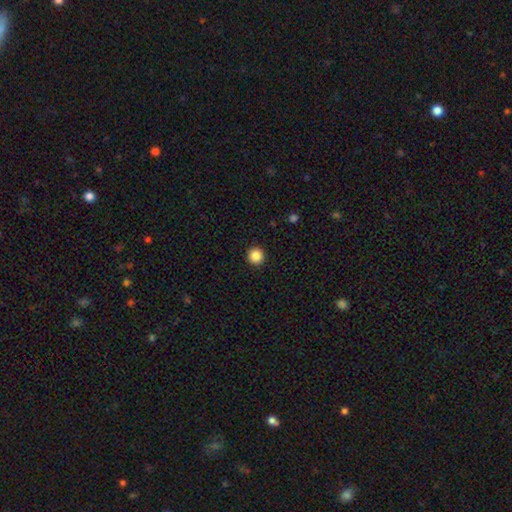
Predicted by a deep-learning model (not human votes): Smooth or featured: smooth — 87% (star or artifact — 10%)
How rounded: round — 96% (in between — 3%)
Merging: none — 93% (minor disturbance — 4%)